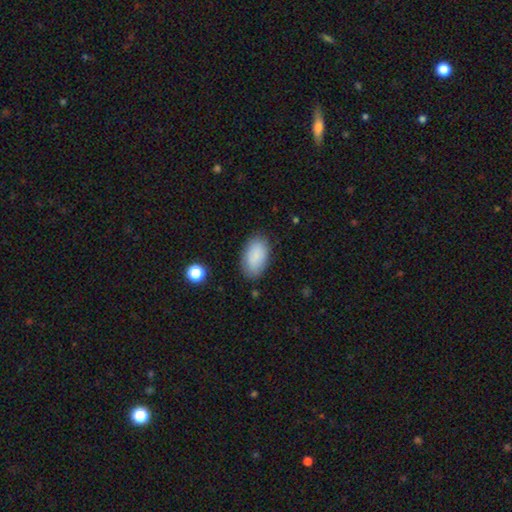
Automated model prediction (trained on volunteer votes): Overall: smooth (88%). How rounded: in between (95%). Merging: none (84%).